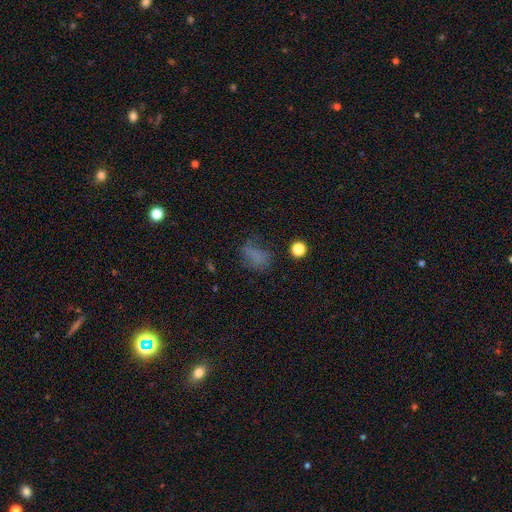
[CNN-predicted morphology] smooth 58%, star or artifact 23%, featured or disk 18%. Down the decision tree: how rounded — in between (69%); merging — none (45%).